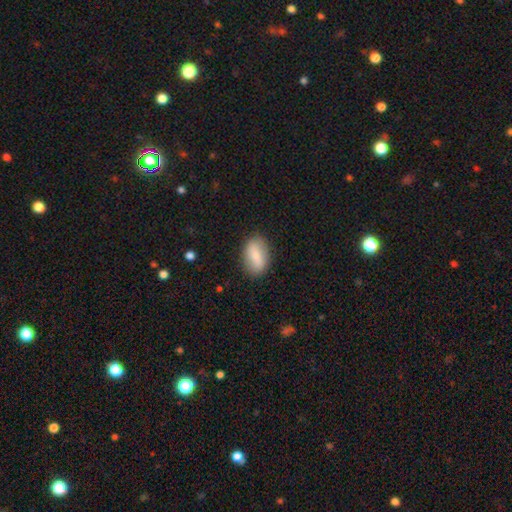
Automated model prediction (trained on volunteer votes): This appears to be a smooth galaxy with no disk features (79%) that is in between round and cigar-shaped (89%). Merging: none (84%).